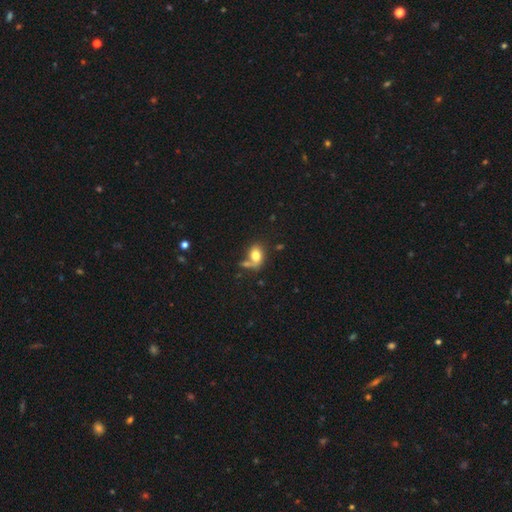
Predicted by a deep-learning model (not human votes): Morphology: type=smooth (77%); roundness=in between (74%); merging=none (49%).